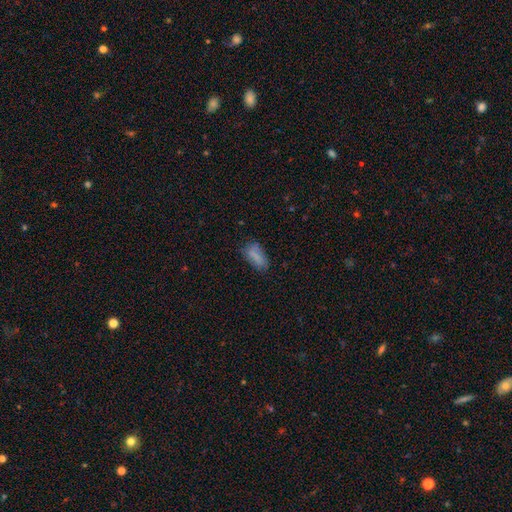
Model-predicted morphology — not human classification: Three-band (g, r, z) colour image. It shows a smooth galaxy with no disk features (79%) that is in between round and cigar-shaped (83%). Merging: none (65%).